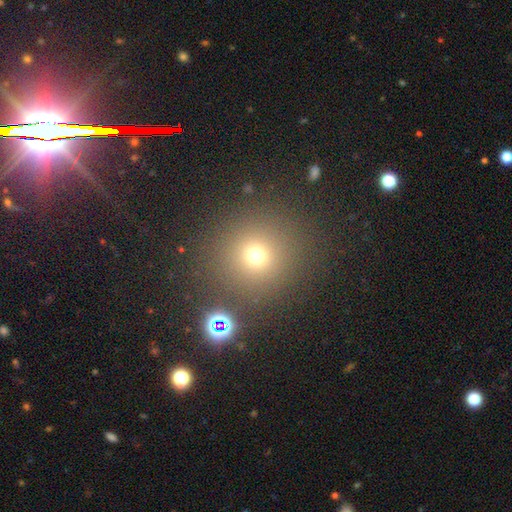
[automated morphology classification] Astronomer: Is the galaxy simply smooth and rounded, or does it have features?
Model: smooth — 69%.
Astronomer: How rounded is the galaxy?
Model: round — 92%.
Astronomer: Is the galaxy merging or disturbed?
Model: none — 83%.